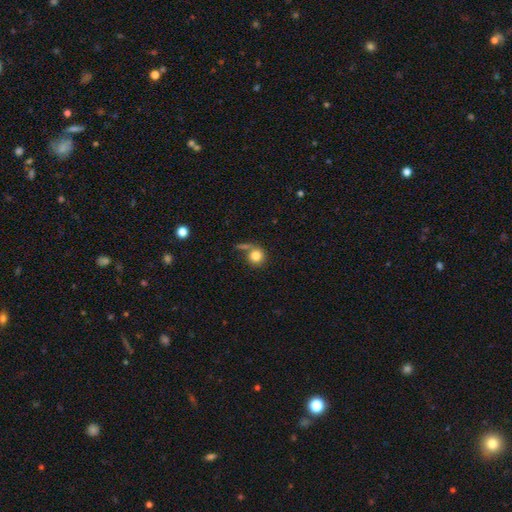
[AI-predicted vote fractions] smooth-or-featured: smooth: 80% | featured or disk: 11% | star or artifact: 9%
  how-rounded: round: 89% | in between: 10% | cigar-shaped: 1%
  merging: none: 54% | merger: 18% | minor disturbance: 15% | major disturbance: 14%